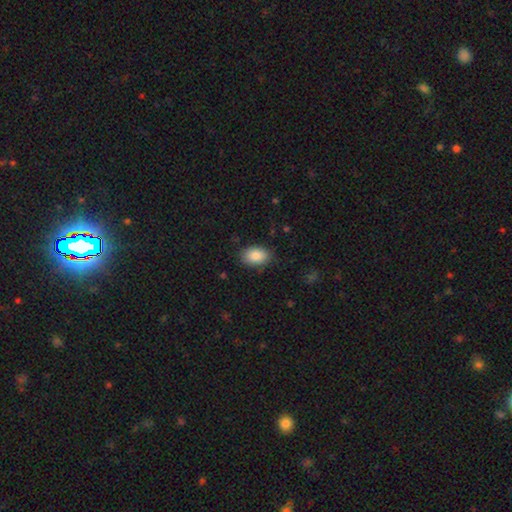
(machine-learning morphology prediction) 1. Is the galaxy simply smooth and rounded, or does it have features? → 87% smooth, 7% star or artifact, 6% featured or disk.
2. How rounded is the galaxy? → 88% in between, 11% round, 1% cigar-shaped.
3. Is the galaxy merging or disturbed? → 84% none, 12% minor disturbance, 3% major disturbance, 1% merger.